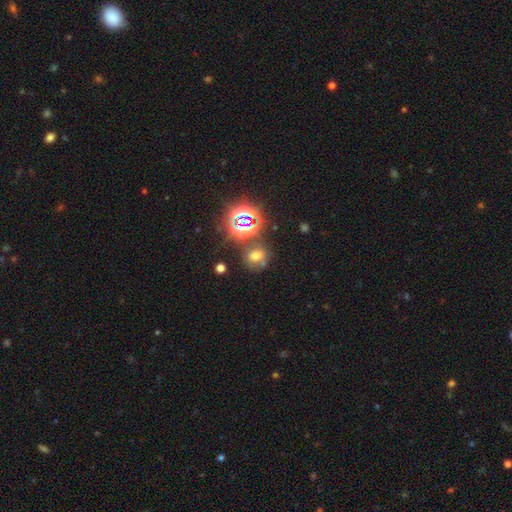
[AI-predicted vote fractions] This appears to be a smooth galaxy with no disk features (48%). Merging: none (64%).